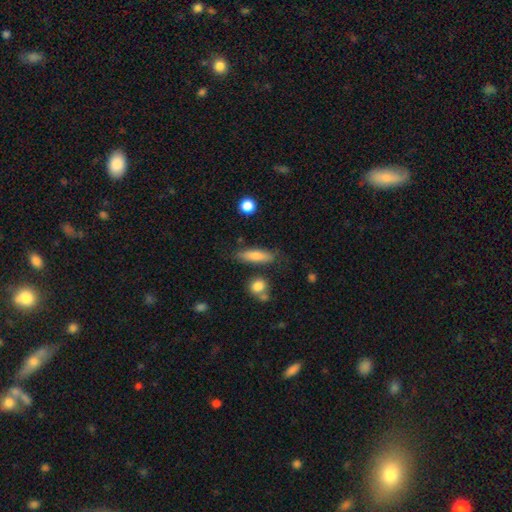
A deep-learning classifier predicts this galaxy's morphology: The model was most divided on "how rounded": cigar-shaped: 64%, in between: 32%, round: 3%. More confident: merging — none (76%); smooth or featured — smooth (71%).